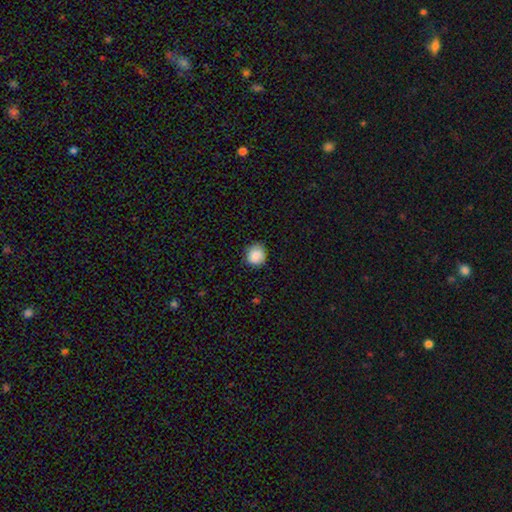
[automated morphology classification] smooth-or-featured: smooth: 88% | star or artifact: 8% | featured or disk: 3%
  how-rounded: round: 84% | in between: 15% | cigar-shaped: 1%
  merging: none: 81% | minor disturbance: 16% | major disturbance: 3% | merger: 1%